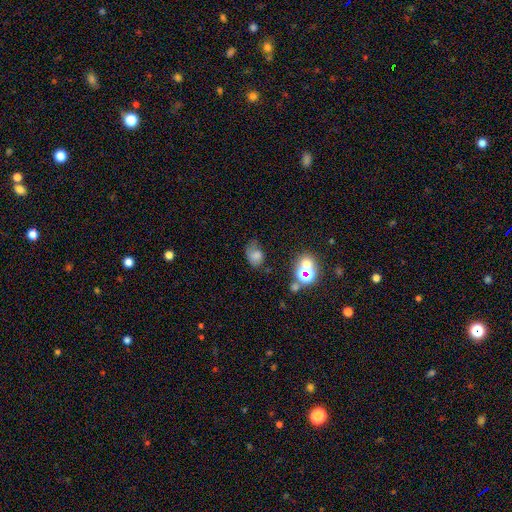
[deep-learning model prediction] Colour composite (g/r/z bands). It shows a smooth galaxy with no disk features (68%) that is in between round and cigar-shaped (68%). Merging: none (44%).